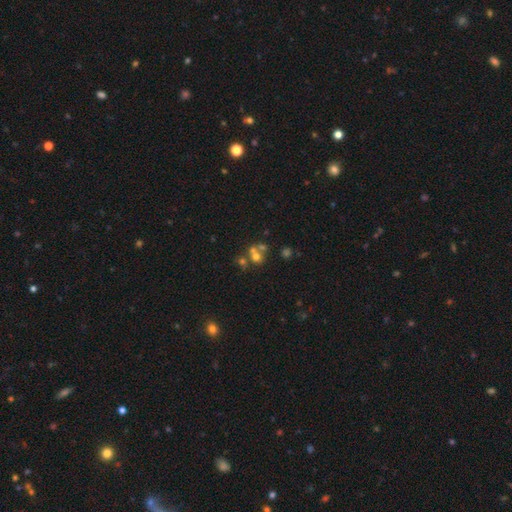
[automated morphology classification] Q: Smooth or featured?
A: smooth (56%); runner-up: featured or disk (24%)
Q: How rounded?
A: round (77%); runner-up: in between (22%)
Q: Merging?
A: merger (49%); runner-up: none (38%)